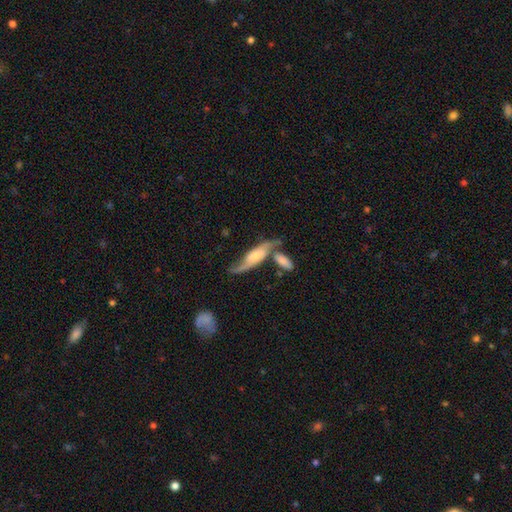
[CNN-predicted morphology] Q: Smooth or featured?
A: featured or disk (71%); runner-up: smooth (23%)
Q: Edge-on disk?
A: no (71%); runner-up: yes (29%)
Q: Bar?
A: no (53%); runner-up: weak (32%)
Q: Spiral arms?
A: yes (91%); runner-up: no (9%)
Q: Bulge size?
A: moderate (34%); runner-up: small (31%)
Q: Merging?
A: none (45%); runner-up: merger (27%)